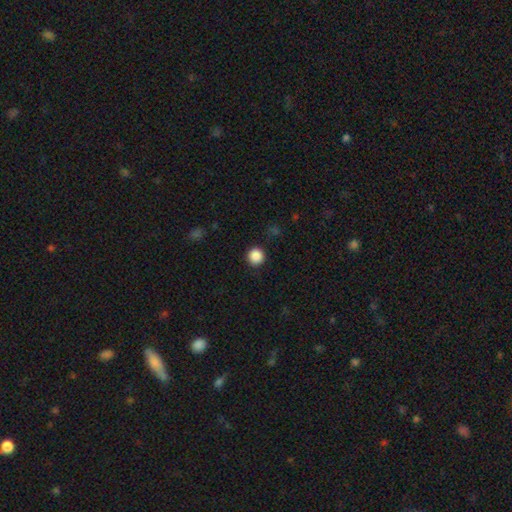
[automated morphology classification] This appears to be a smooth galaxy with no disk features (88%) that is round (95%). Merging: none (92%).